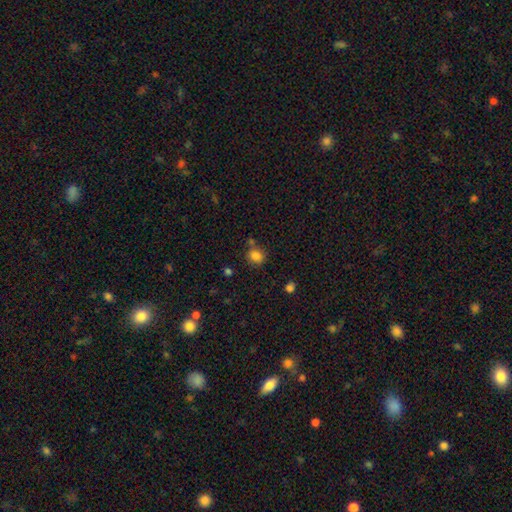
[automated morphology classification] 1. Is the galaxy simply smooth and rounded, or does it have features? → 83% smooth, 12% star or artifact, 6% featured or disk.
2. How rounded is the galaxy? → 71% round, 28% in between, 1% cigar-shaped.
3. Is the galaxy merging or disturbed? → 66% none, 16% minor disturbance, 13% merger, 5% major disturbance.